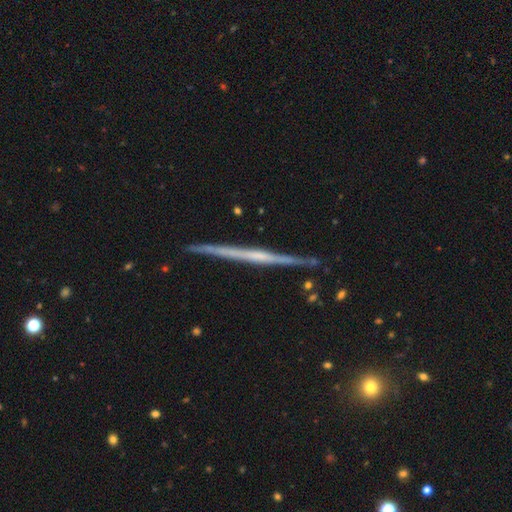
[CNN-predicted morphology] Q: Smooth or featured?
A: featured or disk (76%); runner-up: smooth (19%)
Q: Edge-on disk?
A: yes (98%); runner-up: no (2%)
Q: Edge-on bulge?
A: none (69%); runner-up: rounded (21%)
Q: Merging?
A: none (88%); runner-up: minor disturbance (9%)